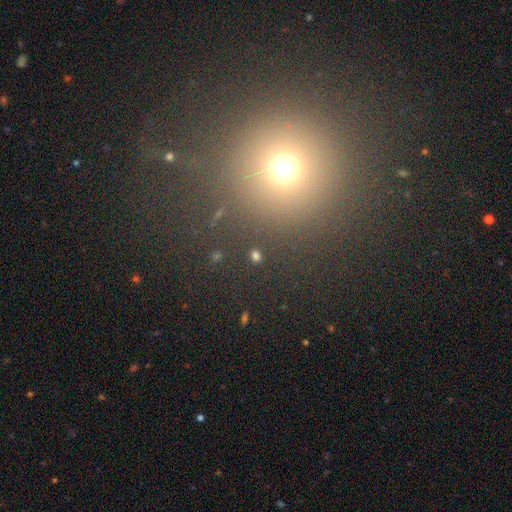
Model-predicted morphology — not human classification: Smooth or featured: smooth — 70% (star or artifact — 25%)
How rounded: round — 52% (in between — 45%)
Merging: none — 86% (minor disturbance — 7%)